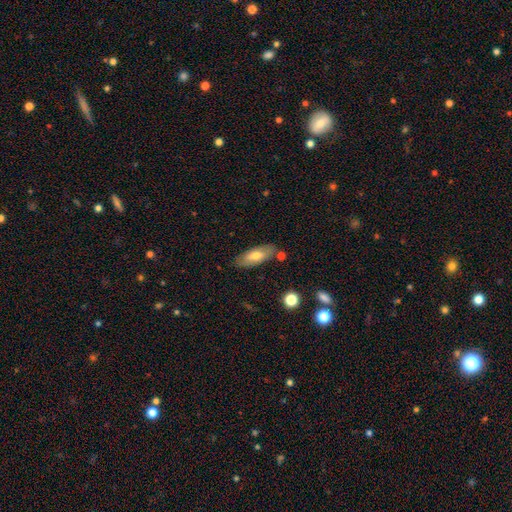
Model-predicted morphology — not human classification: smooth_or_featured: smooth (p=0.65) [alt: featured or disk p=0.28]
how_rounded: in between (p=0.74) [alt: cigar-shaped p=0.24]
merging: none (p=0.79) [alt: minor disturbance p=0.14]